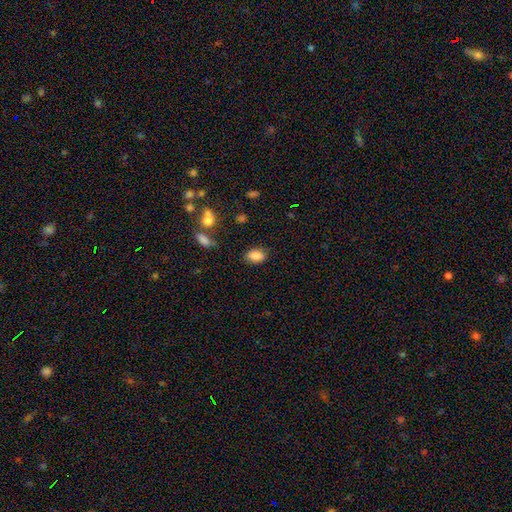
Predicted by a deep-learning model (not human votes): The model was most divided on "merging": none: 82%, minor disturbance: 13%, major disturbance: 3%, merger: 2%. More confident: how rounded — in between (88%); smooth or featured — smooth (86%).